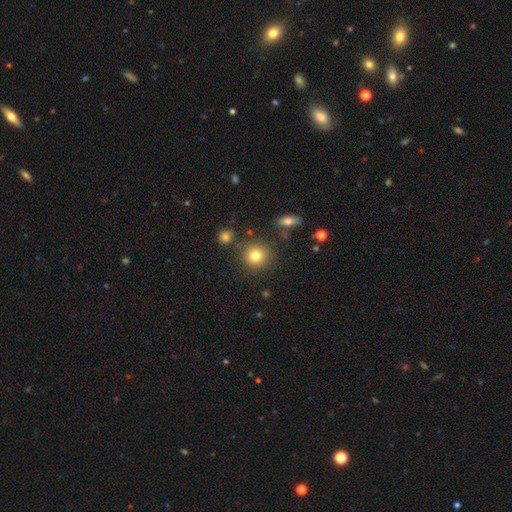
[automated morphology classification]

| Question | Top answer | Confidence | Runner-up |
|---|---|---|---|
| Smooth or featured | smooth | 81% | star or artifact (11%) |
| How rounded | round | 90% | in between (9%) |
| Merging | none | 83% | minor disturbance (9%) |